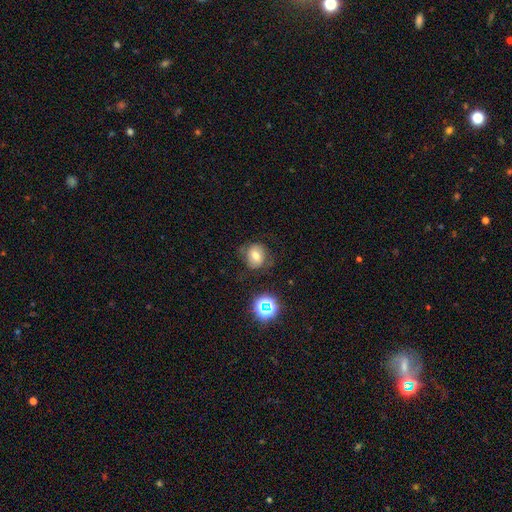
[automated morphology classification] This is possibly a smooth galaxy (58%). How rounded: likely round (65%). Merging: likely none (66%).